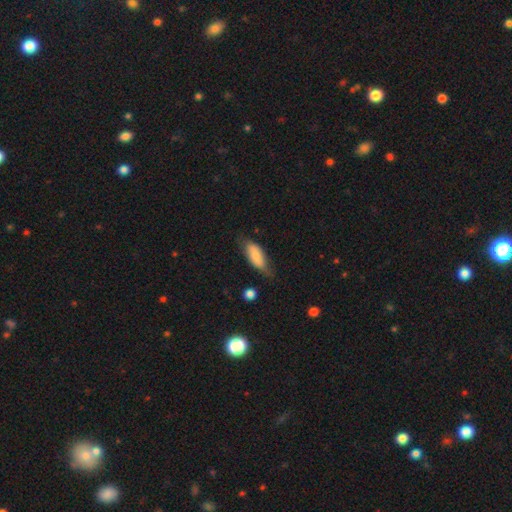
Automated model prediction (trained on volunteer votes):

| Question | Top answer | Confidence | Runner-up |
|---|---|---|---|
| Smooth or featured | smooth | 74% | featured or disk (19%) |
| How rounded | in between | 76% | cigar-shaped (22%) |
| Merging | none | 54% | minor disturbance (34%) |